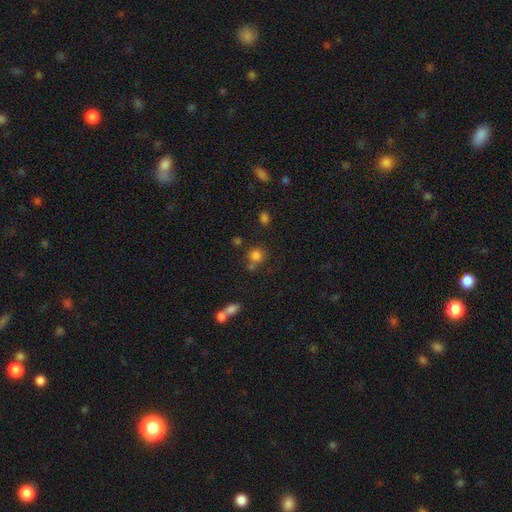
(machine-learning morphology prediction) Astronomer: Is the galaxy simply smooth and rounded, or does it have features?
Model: smooth — 78%.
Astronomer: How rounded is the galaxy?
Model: round — 83%.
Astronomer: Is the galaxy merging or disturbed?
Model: none — 60%.